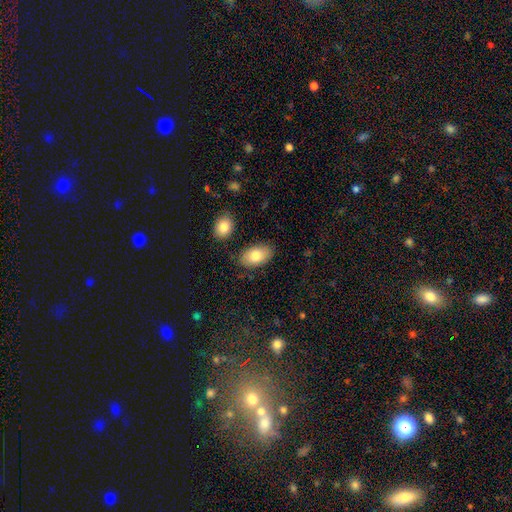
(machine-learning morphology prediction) Smooth or featured: smooth — 79% (featured or disk — 15%)
How rounded: in between — 94% (round — 5%)
Merging: none — 83% (minor disturbance — 11%)